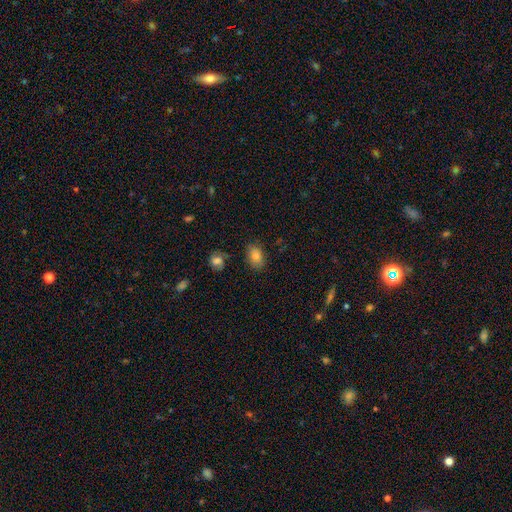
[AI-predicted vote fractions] Smooth or featured? Predicted: smooth (p=0.81). How rounded? Predicted: in between (p=0.82). Merging? Predicted: none (p=0.83).